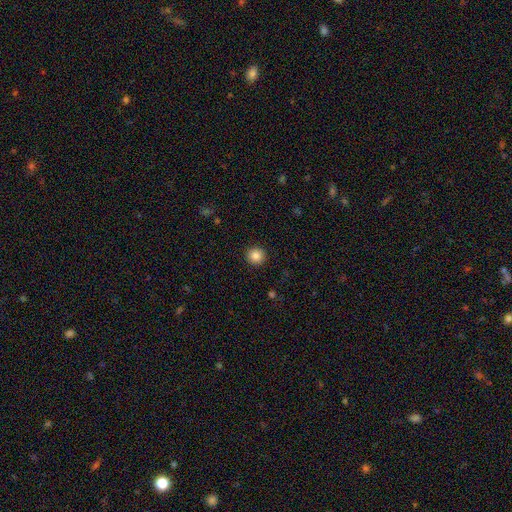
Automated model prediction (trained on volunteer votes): smooth_or_featured: smooth (p=0.85) [alt: star or artifact p=0.10]
how_rounded: round (p=0.94) [alt: in between p=0.05]
merging: none (p=0.93) [alt: minor disturbance p=0.05]